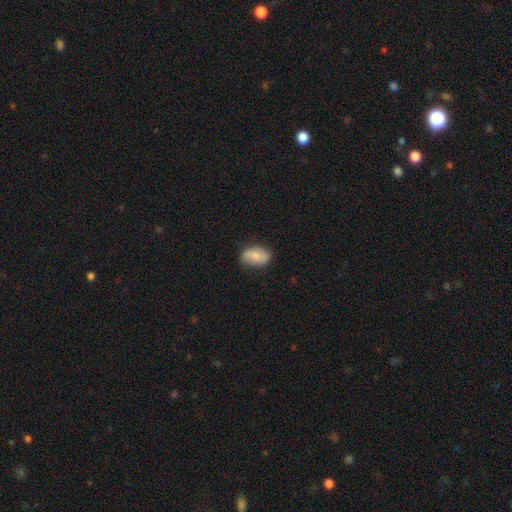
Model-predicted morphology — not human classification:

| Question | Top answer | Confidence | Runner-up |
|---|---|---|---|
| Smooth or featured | smooth | 64% | featured or disk (29%) |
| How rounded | in between | 88% | round (10%) |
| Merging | none | 74% | minor disturbance (20%) |